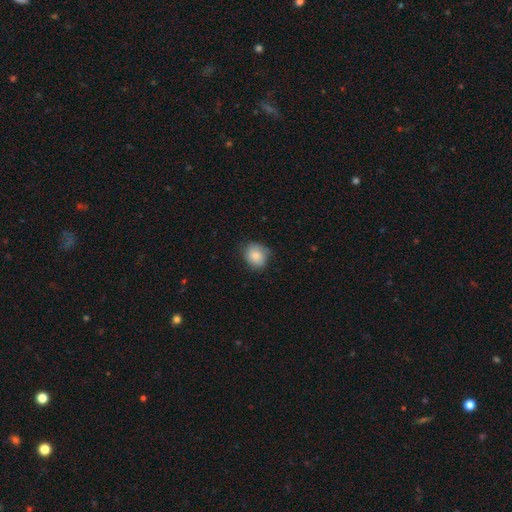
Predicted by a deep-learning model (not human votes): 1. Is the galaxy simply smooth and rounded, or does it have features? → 81% smooth, 12% featured or disk, 8% star or artifact.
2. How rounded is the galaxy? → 71% round, 28% in between, 1% cigar-shaped.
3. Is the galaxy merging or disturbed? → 72% none, 22% minor disturbance, 4% major disturbance, 1% merger.